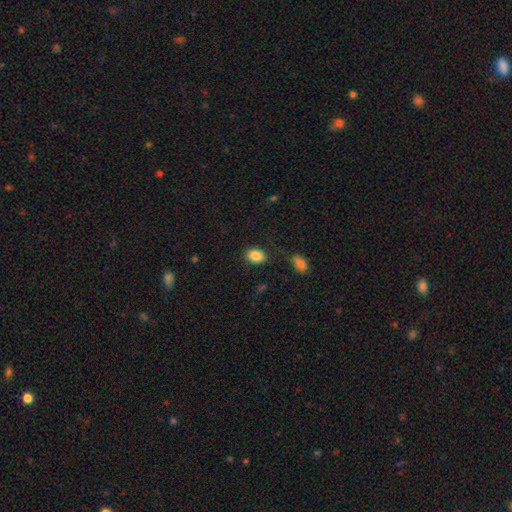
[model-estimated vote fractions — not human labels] Smooth or featured? Predicted: smooth (p=0.86). How rounded? Predicted: in between (p=0.78). Merging? Predicted: none (p=0.79).